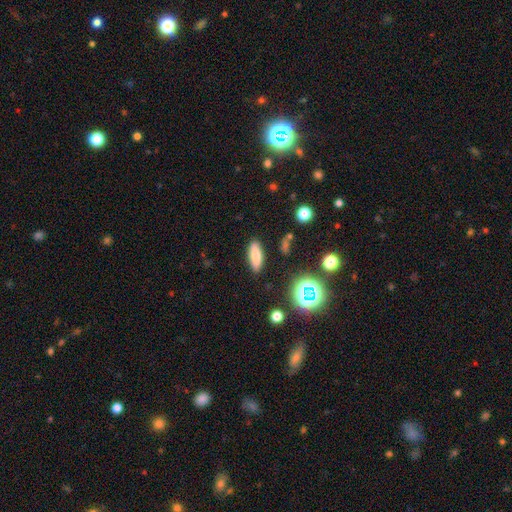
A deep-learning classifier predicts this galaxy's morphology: The model was most divided on "how rounded": in between: 60%, cigar-shaped: 36%, round: 3%. More confident: merging — none (87%); smooth or featured — smooth (74%).